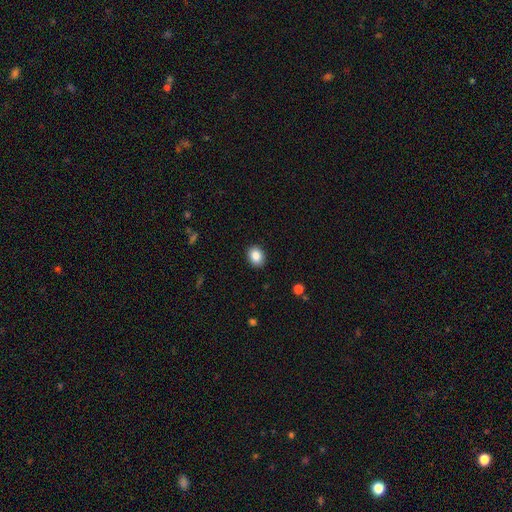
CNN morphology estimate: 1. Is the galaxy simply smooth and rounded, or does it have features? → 87% smooth, 8% star or artifact, 5% featured or disk.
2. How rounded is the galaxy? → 57% in between, 42% round, 1% cigar-shaped.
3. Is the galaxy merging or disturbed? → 90% none, 7% minor disturbance, 2% major disturbance, 1% merger.